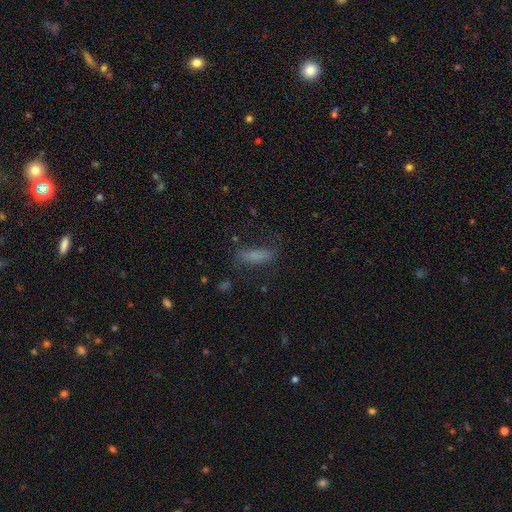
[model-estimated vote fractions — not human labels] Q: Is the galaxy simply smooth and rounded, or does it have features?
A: smooth — 70%.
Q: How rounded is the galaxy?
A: cigar-shaped — 49%.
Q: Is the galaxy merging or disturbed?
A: none — 63%.